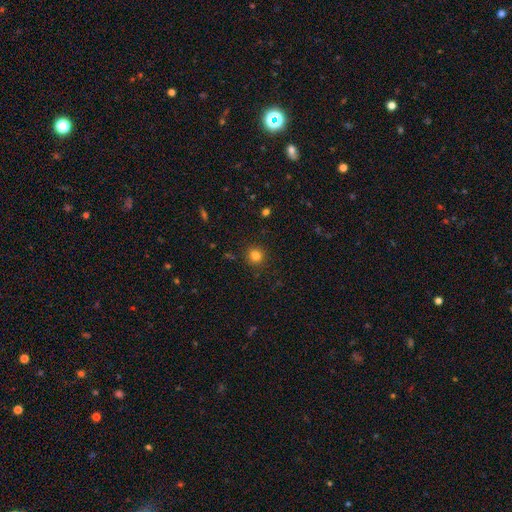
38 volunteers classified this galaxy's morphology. Overall: smooth (89%). How rounded: round (94%). Merging: none (89%).